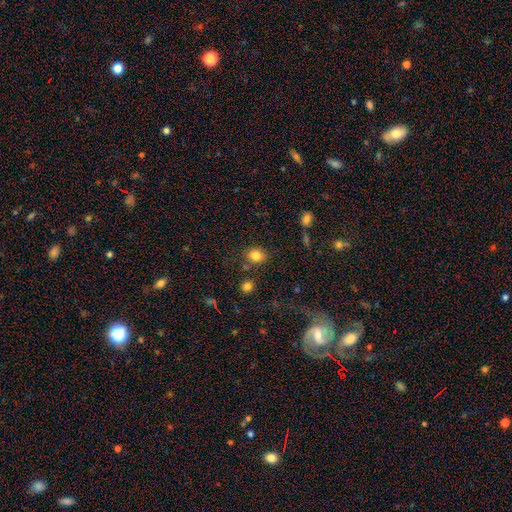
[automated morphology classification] type=smooth (82%); roundness=round (64%); merging=none (77%).